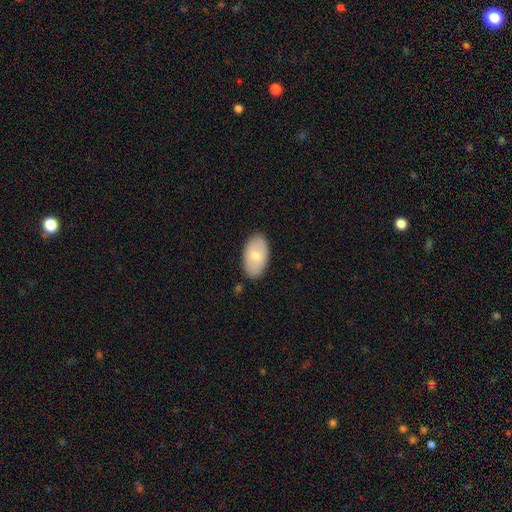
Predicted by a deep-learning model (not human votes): Overall: smooth (71%). How rounded: in between (94%). Merging: none (86%).